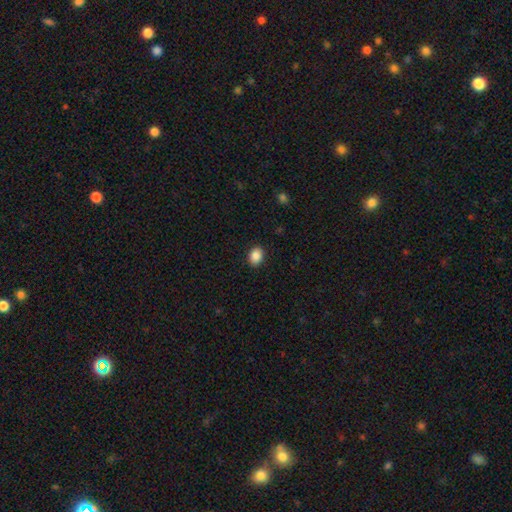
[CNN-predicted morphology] This appears to be a smooth galaxy with no disk features (88%) that is in between round and cigar-shaped (61%). Merging: none (90%).